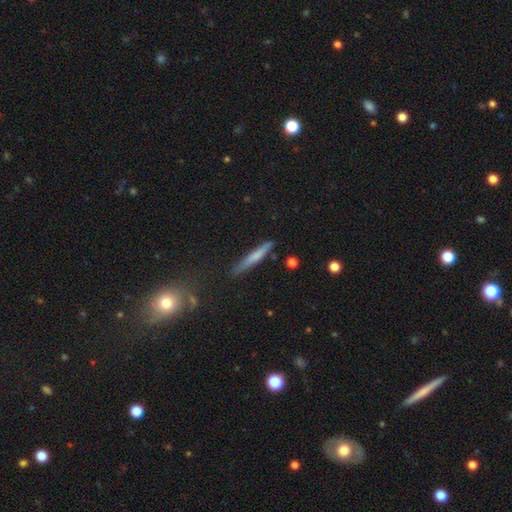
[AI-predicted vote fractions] smooth_or_featured: smooth (p=0.61) [alt: featured or disk p=0.33]
how_rounded: cigar-shaped (p=0.94) [alt: in between p=0.04]
merging: none (p=0.85) [alt: minor disturbance p=0.11]